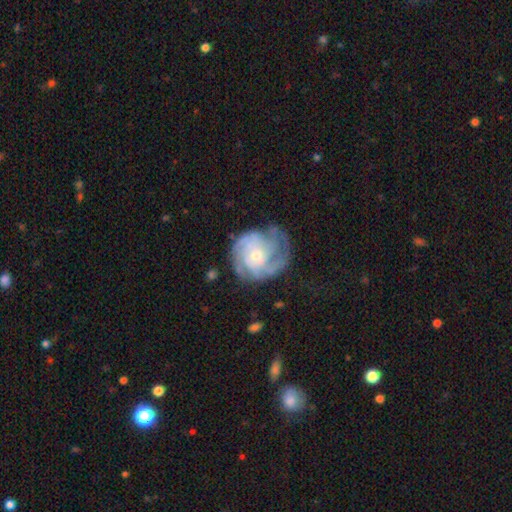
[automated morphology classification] smooth_or_featured: featured or disk (p=0.82) [alt: smooth p=0.12]
disk_edge_on: no (p=0.98) [alt: yes p=0.02]
bar: no (p=0.76) [alt: weak p=0.20]
has_spiral_arms: yes (p=0.92) [alt: no p=0.08]
spiral_winding: tight (p=0.61) [alt: medium p=0.30]
spiral_arm_count: can't tell (p=0.34) [alt: 3 p=0.23]
bulge_size: small (p=0.58) [alt: moderate p=0.36]
merging: none (p=0.62) [alt: minor disturbance p=0.21]